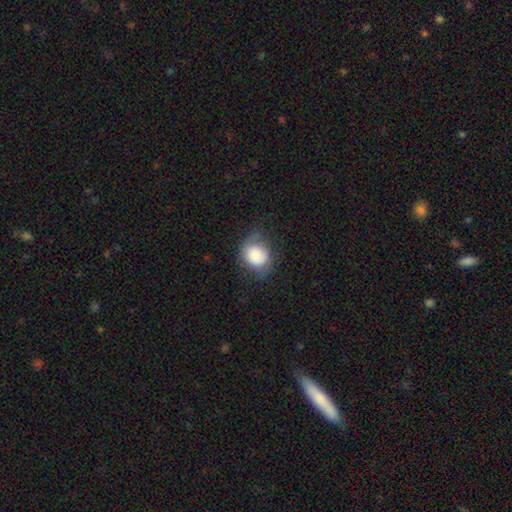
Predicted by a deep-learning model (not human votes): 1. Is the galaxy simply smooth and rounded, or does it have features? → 77% smooth, 14% featured or disk, 8% star or artifact.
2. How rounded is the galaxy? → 61% round, 38% in between, 1% cigar-shaped.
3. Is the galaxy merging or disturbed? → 56% none, 29% minor disturbance, 13% major disturbance, 2% merger.